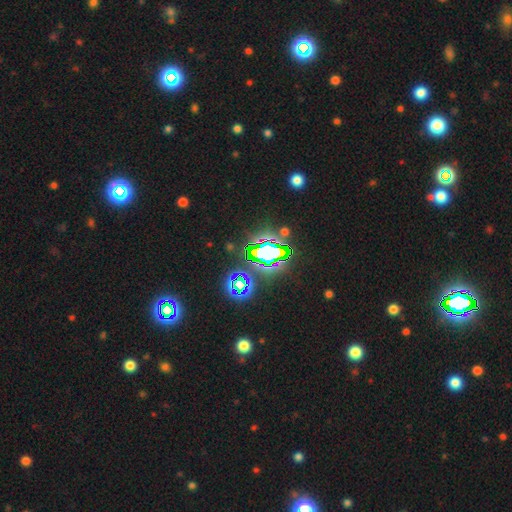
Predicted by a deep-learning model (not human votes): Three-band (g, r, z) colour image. It shows a star or artifact, not a galaxy (82%).